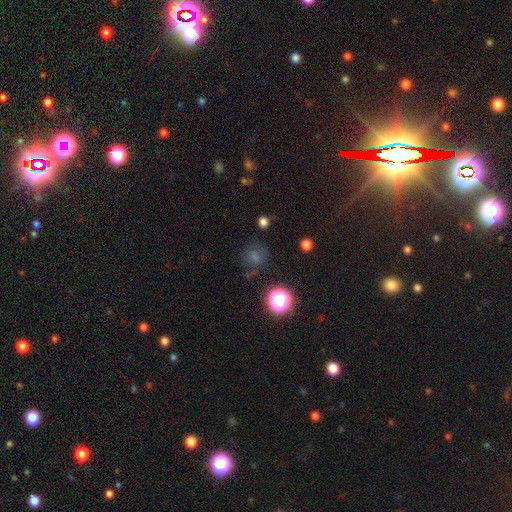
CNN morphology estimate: Q: Smooth or featured?
A: smooth (44%); runner-up: star or artifact (42%)
Q: Merging?
A: none (76%); runner-up: minor disturbance (14%)